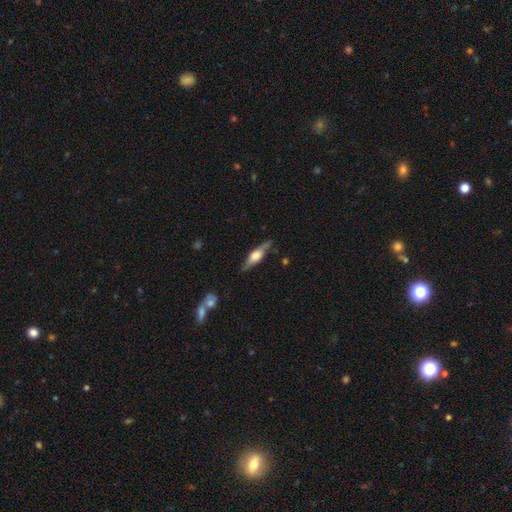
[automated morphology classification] smooth_or_featured: featured or disk (p=0.61) [alt: smooth p=0.34]
disk_edge_on: yes (p=0.89) [alt: no p=0.11]
edge_on_bulge: rounded (p=0.82) [alt: boxy p=0.15]
merging: none (p=0.78) [alt: minor disturbance p=0.16]